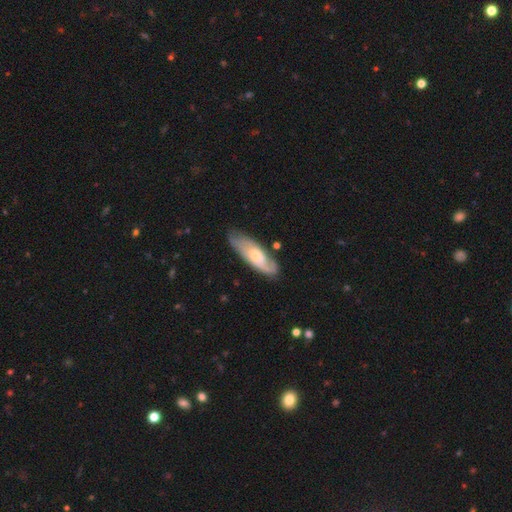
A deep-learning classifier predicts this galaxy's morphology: A featured or disk galaxy (63%) with no bar (76%), spiral arms (81%) and a moderate central bulge (49%). Merging: none (68%).